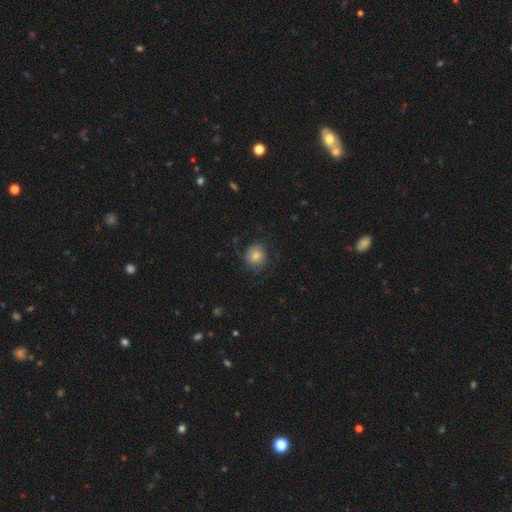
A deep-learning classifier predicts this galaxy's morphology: Smooth or featured? Predicted: smooth (p=0.77). How rounded? Predicted: round (p=0.81). Merging? Predicted: none (p=0.70).